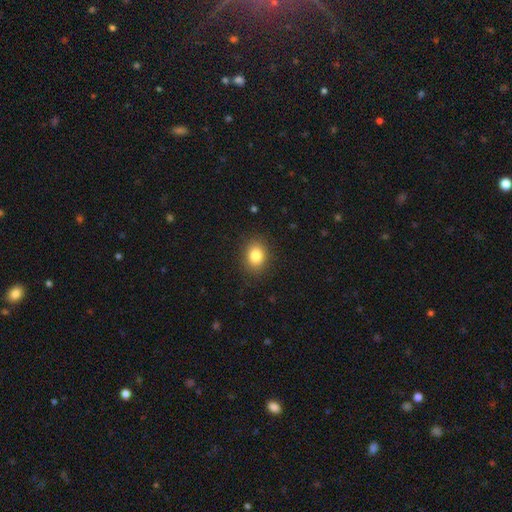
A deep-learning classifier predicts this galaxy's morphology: This appears to be a smooth galaxy with no disk features (84%) that is in between round and cigar-shaped (55%). Merging: none (88%).